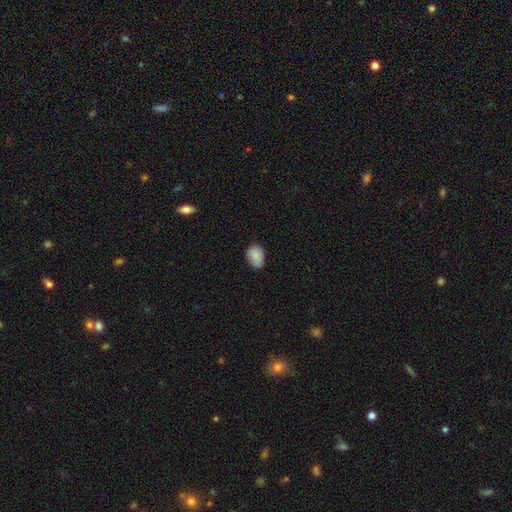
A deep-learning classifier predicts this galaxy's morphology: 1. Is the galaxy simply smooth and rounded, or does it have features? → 86% smooth, 7% star or artifact, 7% featured or disk.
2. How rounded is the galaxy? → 76% in between, 22% round, 1% cigar-shaped.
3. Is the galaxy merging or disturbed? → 75% none, 21% minor disturbance, 3% major disturbance, 1% merger.